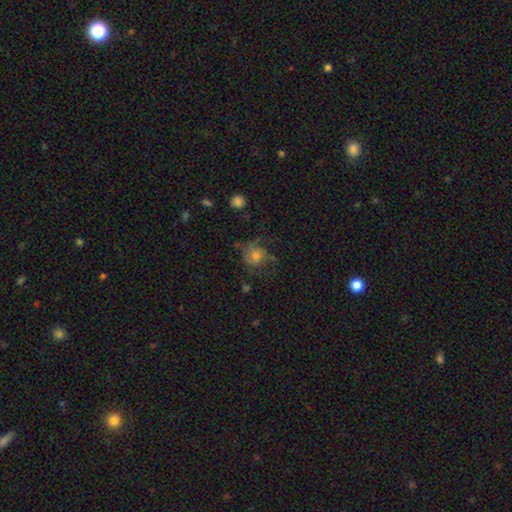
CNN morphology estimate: type=featured or disk (45%); merging=none (49%).